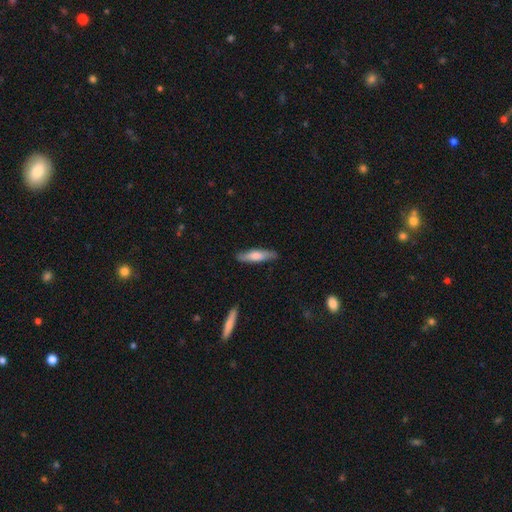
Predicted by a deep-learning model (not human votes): smooth-or-featured: smooth: 66% | featured or disk: 29% | star or artifact: 5%
  how-rounded: cigar-shaped: 78% | in between: 21% | round: 1%
  merging: none: 86% | minor disturbance: 11% | major disturbance: 2% | merger: 1%